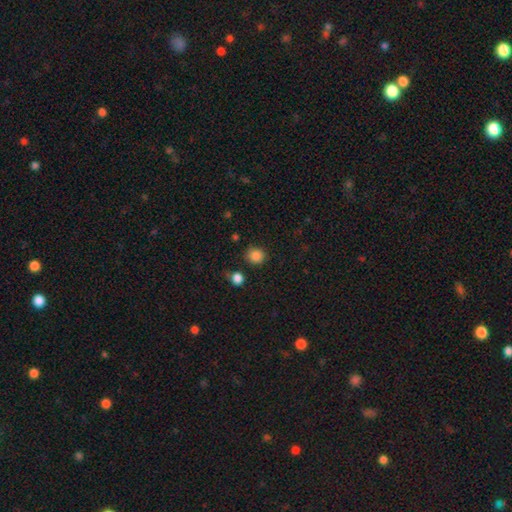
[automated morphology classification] The model was most divided on "how rounded": round: 86%, in between: 13%, cigar-shaped: 1%. More confident: smooth or featured — smooth (86%); merging — none (84%).